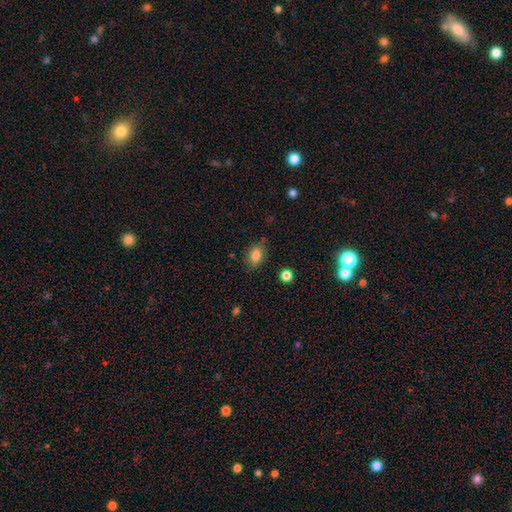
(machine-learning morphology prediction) A smooth galaxy with no disk features (84%) that is in between round and cigar-shaped (69%). Merging: none (79%).